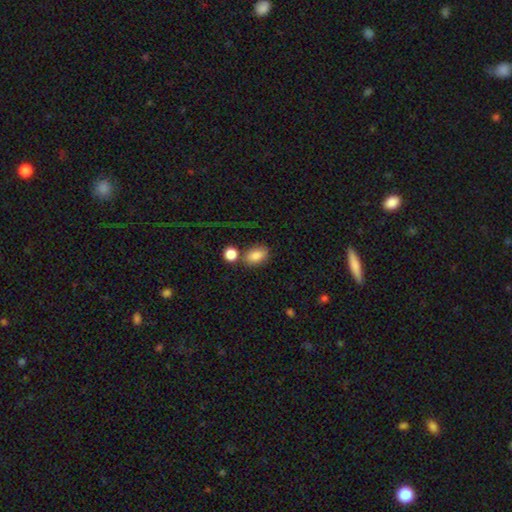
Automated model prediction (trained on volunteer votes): Q: Smooth or featured?
A: smooth (84%); runner-up: star or artifact (9%)
Q: How rounded?
A: in between (80%); runner-up: round (18%)
Q: Merging?
A: none (65%); runner-up: merger (16%)